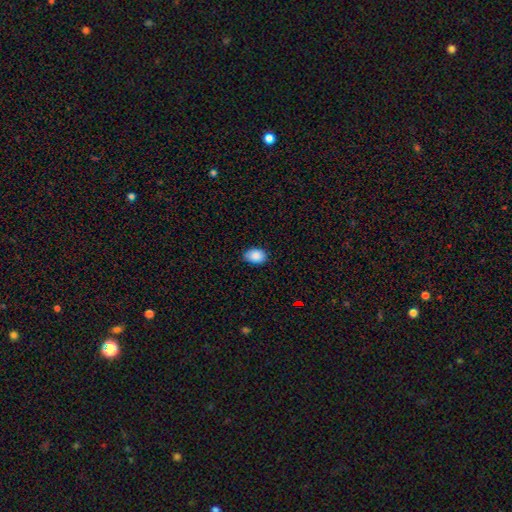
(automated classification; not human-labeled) smooth-or-featured: smooth: 87% | star or artifact: 8% | featured or disk: 5%
  how-rounded: in between: 66% | round: 33% | cigar-shaped: 1%
  merging: none: 73% | minor disturbance: 22% | major disturbance: 3% | merger: 1%